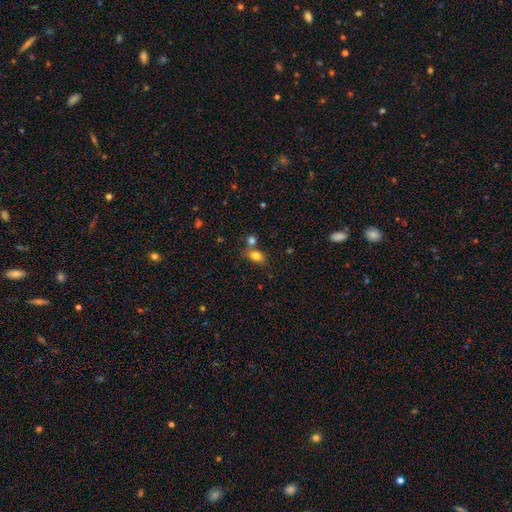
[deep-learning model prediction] Morphology: type=smooth (81%); roundness=in between (76%); merging=none (56%).